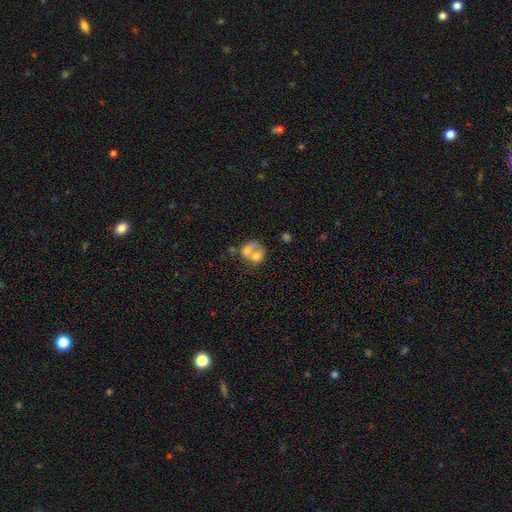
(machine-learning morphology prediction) A smooth galaxy with no disk features (60%) that is in between round and cigar-shaped (55%).

Vote fractions:
- Smooth or featured? smooth: 60% / featured or disk: 31% / star or artifact: 9%
- How rounded? in between: 55% / round: 44% / cigar-shaped: 1%
- Merging? merger: 65% / none: 17% / major disturbance: 10% / minor disturbance: 8%